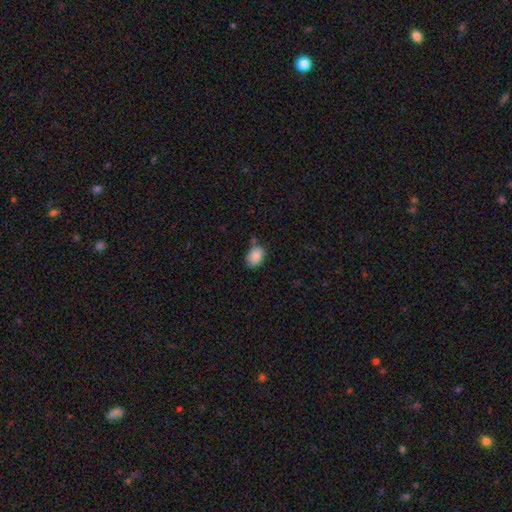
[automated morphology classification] A smooth galaxy with no disk features (88%) that is in between round and cigar-shaped (80%). Merging: none (64%).